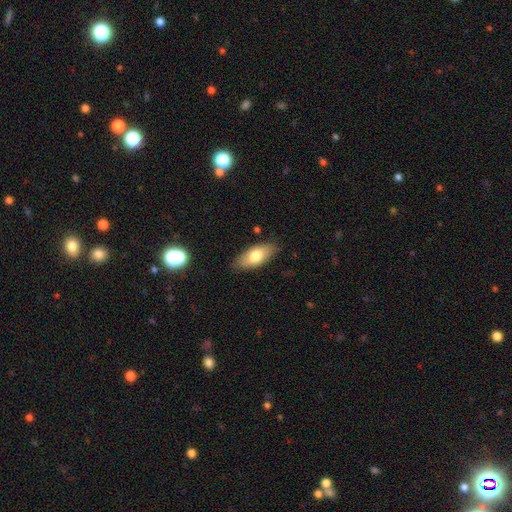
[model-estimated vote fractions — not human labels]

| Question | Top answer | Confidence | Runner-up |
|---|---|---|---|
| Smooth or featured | smooth | 72% | featured or disk (21%) |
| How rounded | in between | 86% | cigar-shaped (11%) |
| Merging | none | 84% | minor disturbance (12%) |